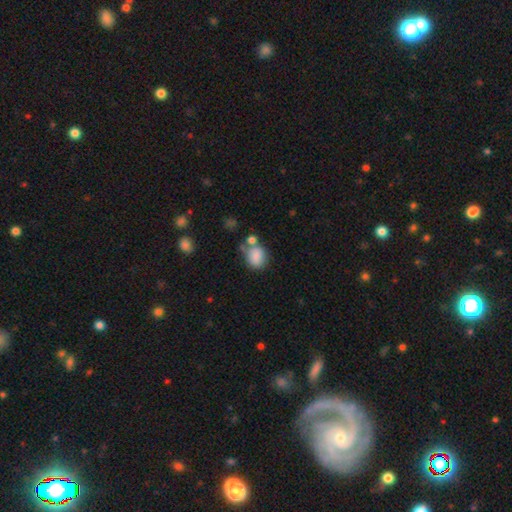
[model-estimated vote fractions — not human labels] This appears to be a smooth galaxy with no disk features (81%) that is round (50%). Merging: none (43%).